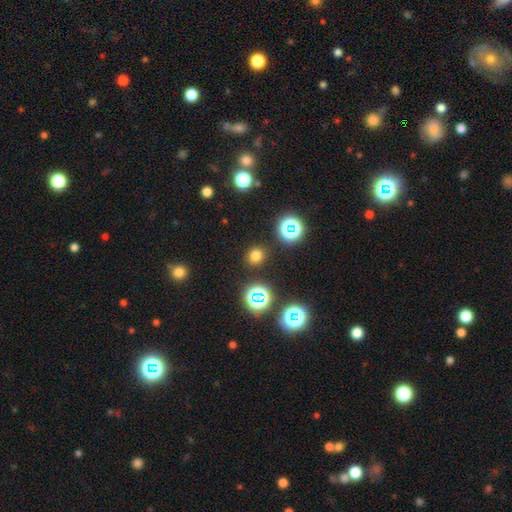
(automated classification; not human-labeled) smooth-or-featured: smooth: 73% | star or artifact: 22% | featured or disk: 5%
  how-rounded: round: 87% | in between: 12% | cigar-shaped: 1%
  merging: none: 89% | minor disturbance: 6% | major disturbance: 3% | merger: 2%